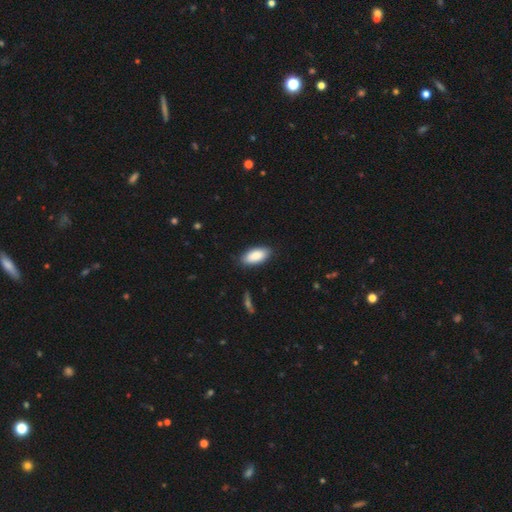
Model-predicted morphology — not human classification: This appears to be a smooth galaxy with no disk features (87%) that is in between round and cigar-shaped (91%). Merging: none (85%).